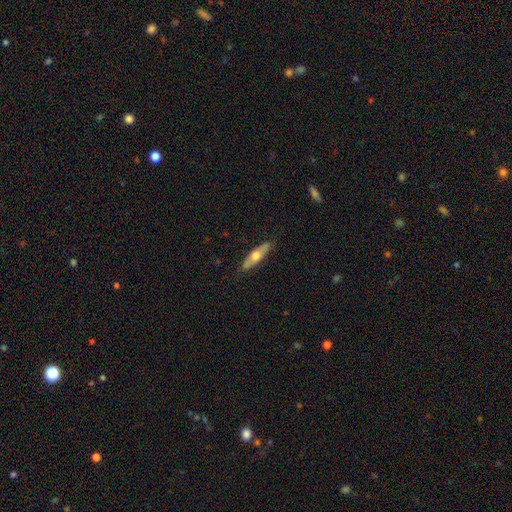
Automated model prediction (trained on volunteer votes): This appears to be a smooth galaxy with no disk features (48%). Merging: none (83%).